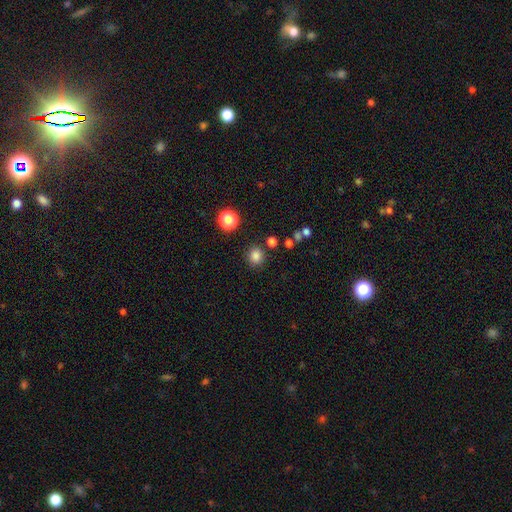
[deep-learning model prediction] The model was most divided on "smooth or featured": smooth: 82%, star or artifact: 14%, featured or disk: 4%. More confident: how rounded — round (88%); merging — none (86%).